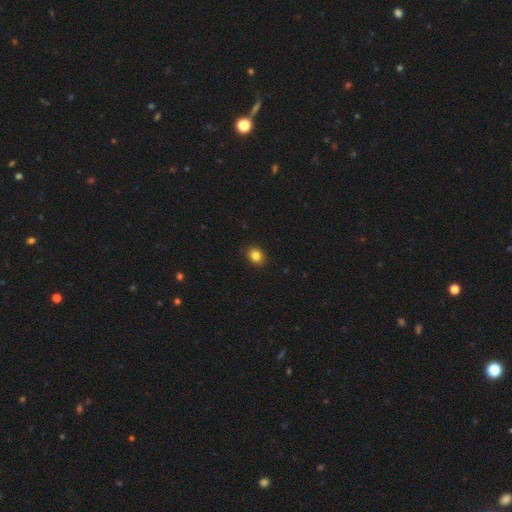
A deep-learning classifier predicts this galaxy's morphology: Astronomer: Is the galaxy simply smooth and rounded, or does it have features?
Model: smooth — 84%.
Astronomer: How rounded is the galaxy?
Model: round — 64%.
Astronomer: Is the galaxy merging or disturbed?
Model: none — 91%.